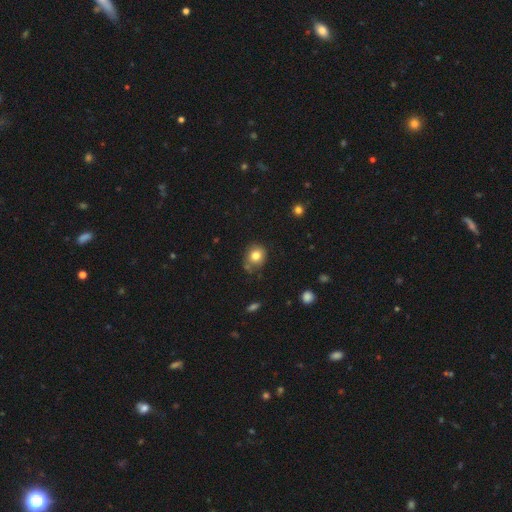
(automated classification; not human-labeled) smooth-or-featured: smooth: 80% | star or artifact: 11% | featured or disk: 9%
  how-rounded: round: 78% | in between: 21% | cigar-shaped: 1%
  merging: none: 71% | minor disturbance: 19% | merger: 6% | major disturbance: 4%